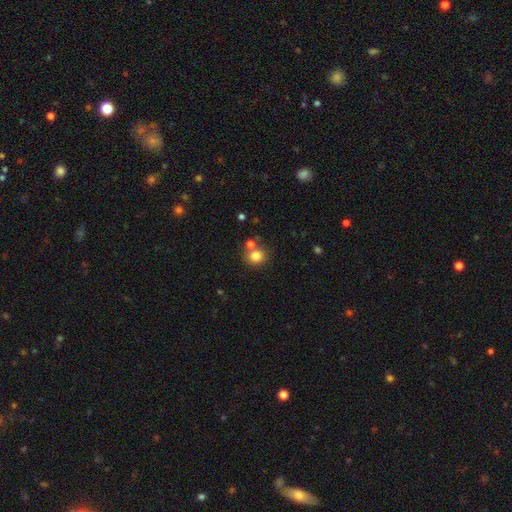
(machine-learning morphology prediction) A smooth galaxy with no disk features (82%) that is round (84%). Merging: none (68%).